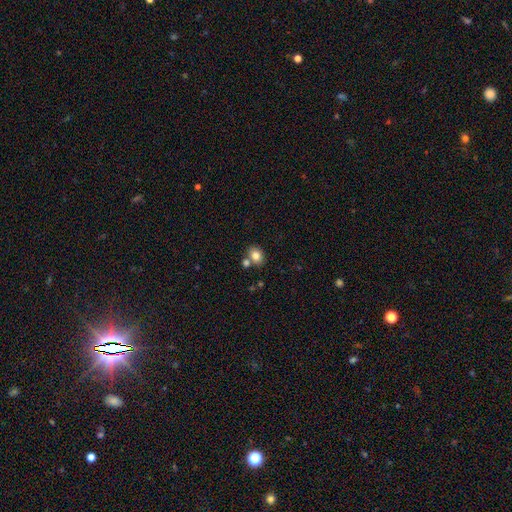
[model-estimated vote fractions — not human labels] Smooth or featured: smooth — 80% (star or artifact — 10%)
How rounded: round — 50% (in between — 49%)
Merging: none — 64% (merger — 23%)